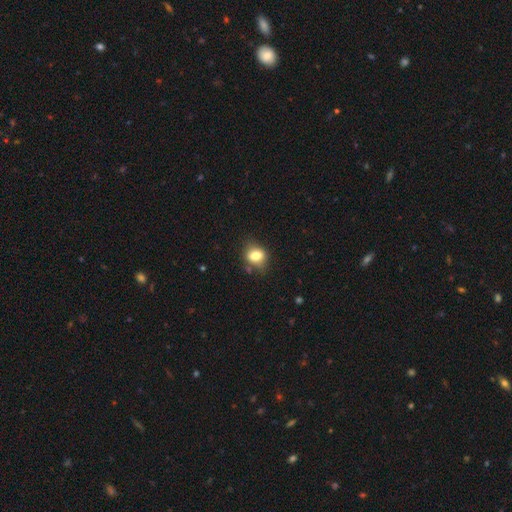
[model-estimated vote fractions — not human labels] A smooth galaxy with no disk features (77%) that is in between round and cigar-shaped (56%).

Vote fractions:
- Smooth or featured? smooth: 77% / featured or disk: 13% / star or artifact: 10%
- How rounded? in between: 56% / round: 42% / cigar-shaped: 1%
- Merging? none: 69% / minor disturbance: 21% / major disturbance: 6% / merger: 5%